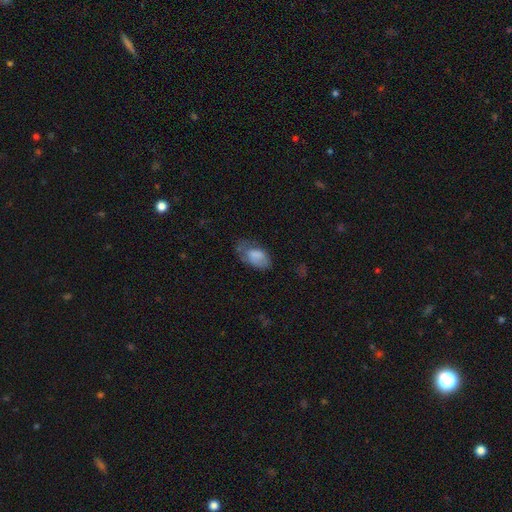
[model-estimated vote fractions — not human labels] smooth_or_featured: smooth (p=0.72) [alt: featured or disk p=0.19]
how_rounded: in between (p=0.92) [alt: round p=0.05]
merging: none (p=0.36) [alt: minor disturbance p=0.35]